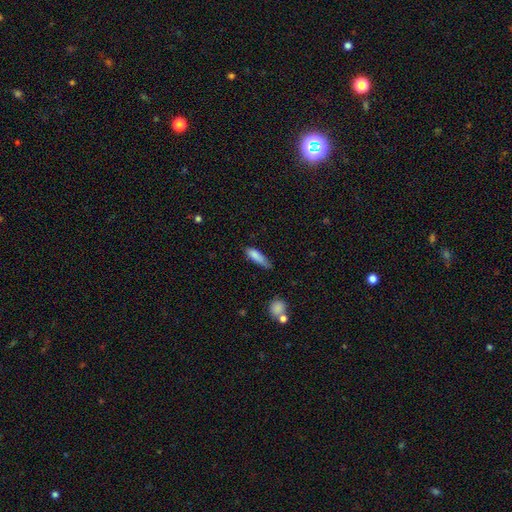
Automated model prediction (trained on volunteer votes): smooth-or-featured: smooth: 83% | featured or disk: 10% | star or artifact: 8%
  how-rounded: cigar-shaped: 58% | in between: 40% | round: 2%
  merging: none: 48% | minor disturbance: 38% | major disturbance: 10% | merger: 4%